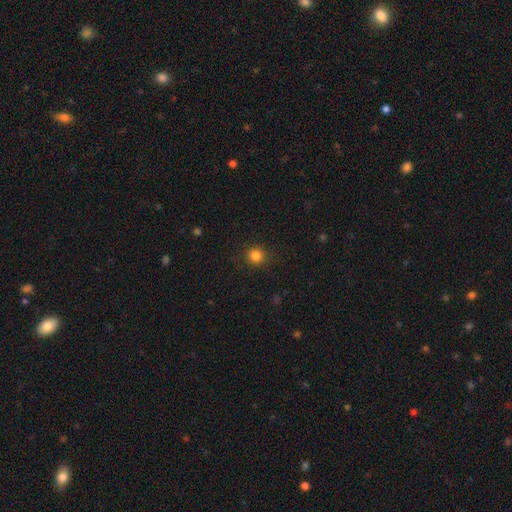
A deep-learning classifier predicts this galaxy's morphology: Q: Smooth or featured?
A: smooth (83%); runner-up: star or artifact (13%)
Q: How rounded?
A: round (91%); runner-up: in between (9%)
Q: Merging?
A: none (89%); runner-up: minor disturbance (7%)